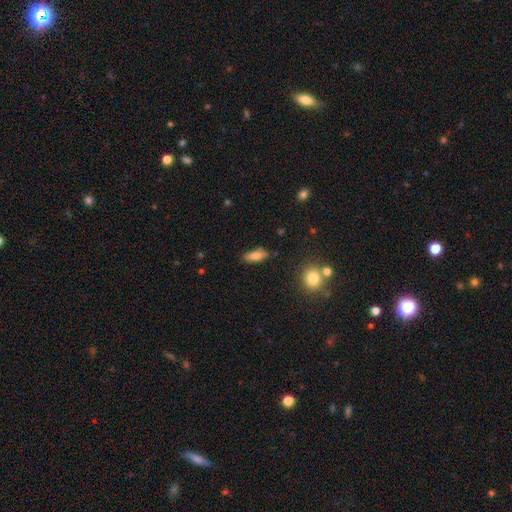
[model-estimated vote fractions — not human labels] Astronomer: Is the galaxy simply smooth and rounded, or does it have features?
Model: smooth — 76%.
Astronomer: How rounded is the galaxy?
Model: in between — 66%.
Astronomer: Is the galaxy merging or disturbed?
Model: none — 79%.